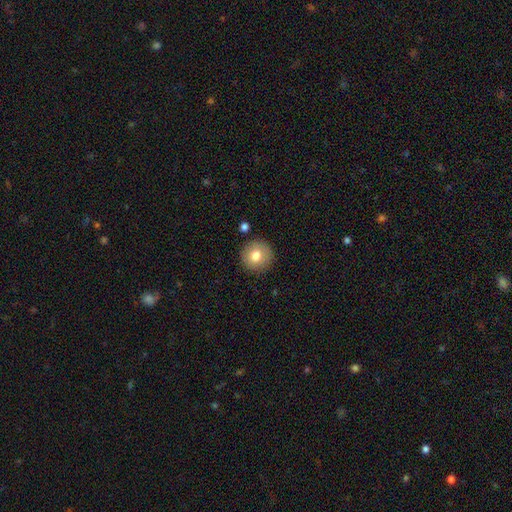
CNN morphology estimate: smooth 80%, featured or disk 12%, star or artifact 9%. Down the decision tree: how rounded — round (93%); merging — none (88%).